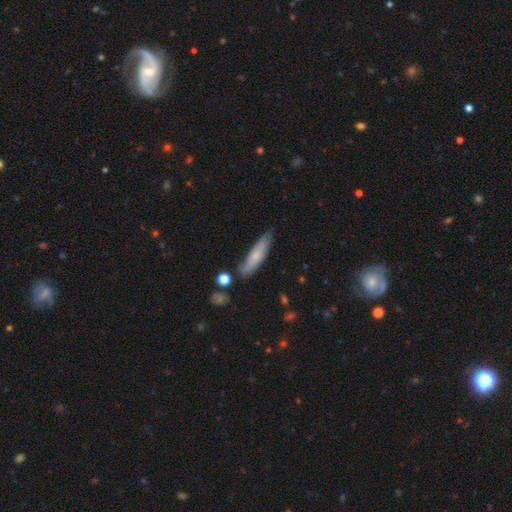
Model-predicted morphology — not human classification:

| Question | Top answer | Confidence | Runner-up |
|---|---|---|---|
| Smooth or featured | smooth | 63% | featured or disk (31%) |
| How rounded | cigar-shaped | 68% | in between (30%) |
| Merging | none | 67% | minor disturbance (24%) |